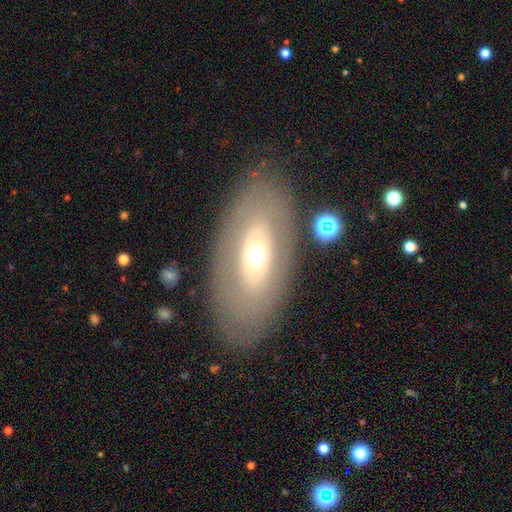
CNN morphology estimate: A featured or disk galaxy (49%). Merging: none (82%).